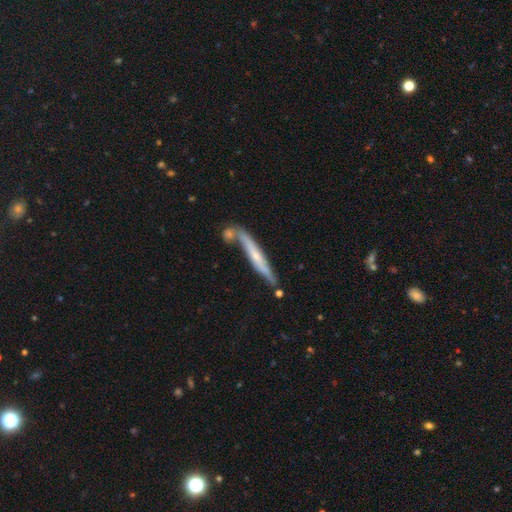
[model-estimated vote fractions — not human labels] This is possibly a featured or disk galaxy (55%). It is clearly viewed edge-on (90%). Merging: likely none (65%).